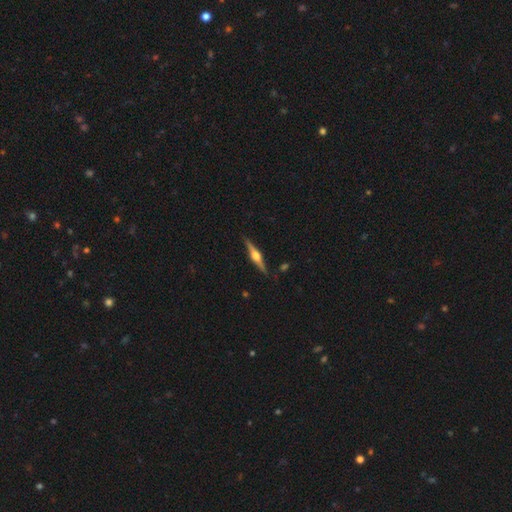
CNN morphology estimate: Q: Smooth or featured?
A: featured or disk (80%); runner-up: smooth (15%)
Q: Edge-on disk?
A: yes (98%); runner-up: no (2%)
Q: Edge-on bulge?
A: rounded (95%); runner-up: boxy (4%)
Q: Merging?
A: none (89%); runner-up: minor disturbance (8%)